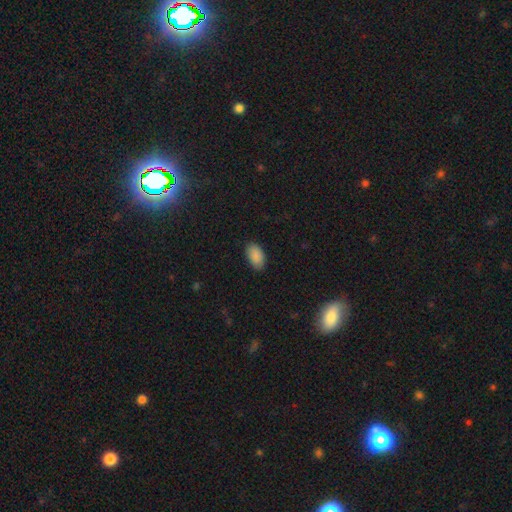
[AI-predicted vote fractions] The model was most divided on "merging": none: 85%, minor disturbance: 12%, major disturbance: 2%, merger: 1%. More confident: how rounded — in between (93%); smooth or featured — smooth (89%).